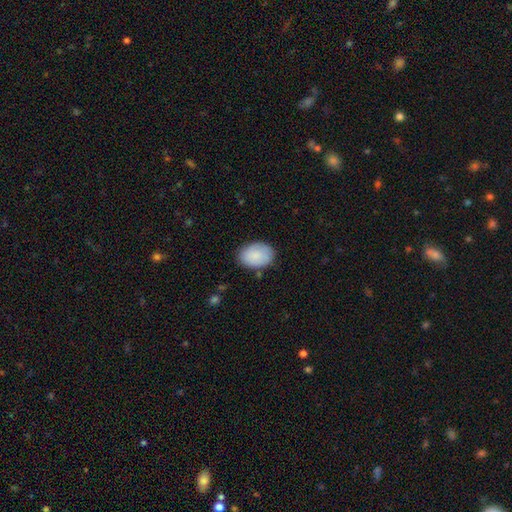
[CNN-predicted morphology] type=smooth (86%); roundness=in between (83%); merging=none (79%).